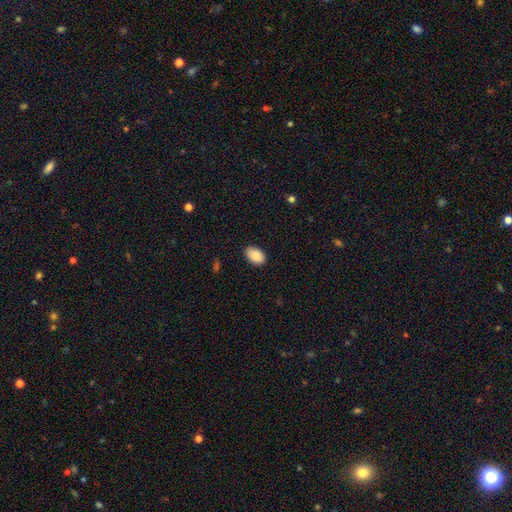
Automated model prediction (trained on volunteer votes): A smooth galaxy with no disk features (90%) that is in between round and cigar-shaped (89%). Merging: none (86%).